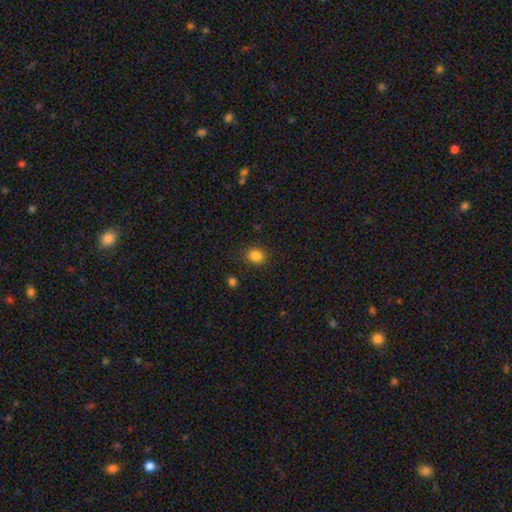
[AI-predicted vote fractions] The model was most divided on "how rounded": round: 72%, in between: 27%, cigar-shaped: 1%. More confident: merging — none (87%); smooth or featured — smooth (84%).